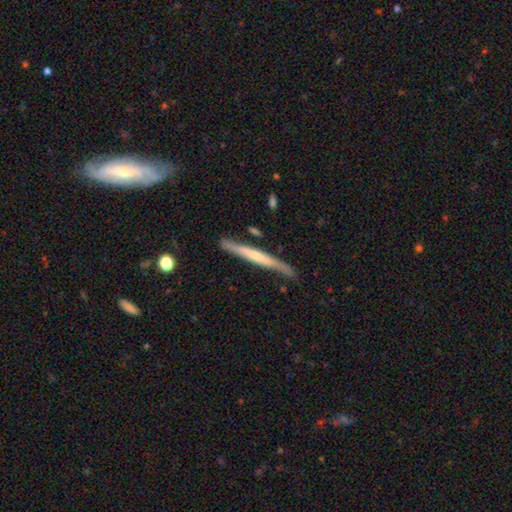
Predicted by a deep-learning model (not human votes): Q: Smooth or featured?
A: featured or disk (56%); runner-up: smooth (39%)
Q: Edge-on disk?
A: yes (94%); runner-up: no (6%)
Q: Edge-on bulge?
A: none (58%); runner-up: rounded (27%)
Q: Merging?
A: none (75%); runner-up: minor disturbance (19%)